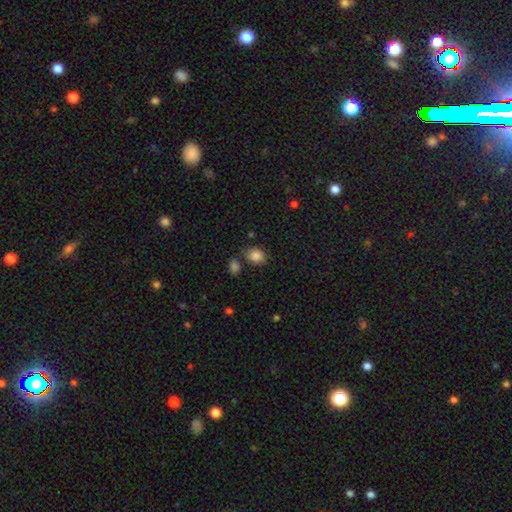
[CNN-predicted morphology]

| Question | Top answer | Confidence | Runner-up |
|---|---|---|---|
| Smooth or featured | smooth | 85% | star or artifact (10%) |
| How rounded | in between | 59% | round (40%) |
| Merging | none | 70% | minor disturbance (17%) |